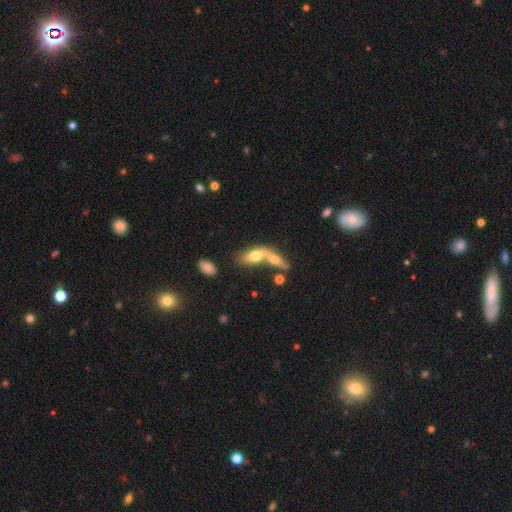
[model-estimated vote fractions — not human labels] This appears to be a smooth galaxy with no disk features (60%) that is in between round and cigar-shaped (71%). Merging: merger (65%).